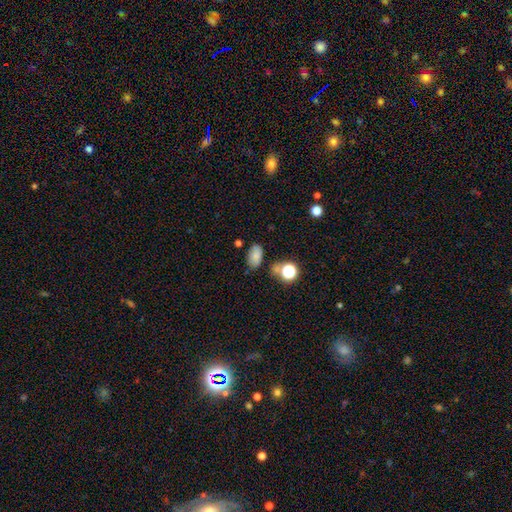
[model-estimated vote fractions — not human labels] Smooth or featured? smooth (79%)
How rounded? in between (89%)
Merging? none (71%)